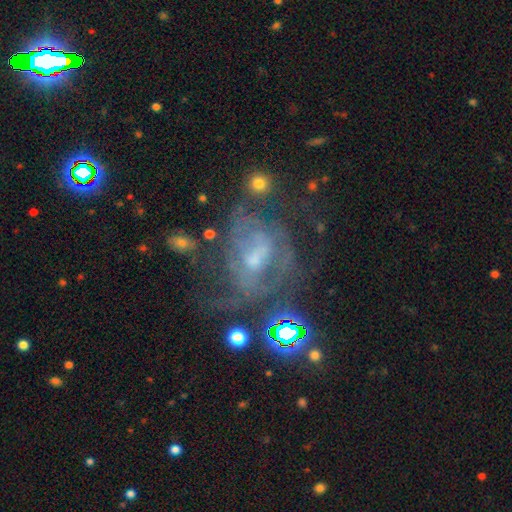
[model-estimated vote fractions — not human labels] Smooth or featured? featured or disk (69%)
Edge-on disk? no (96%)
Bar? no (44%)
Spiral arms? yes (61%)
Bulge size? small (40%)
Merging? none (41%)